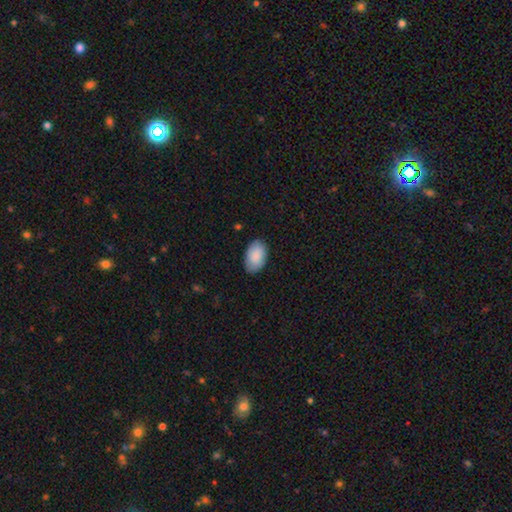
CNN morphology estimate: smooth 89%, featured or disk 6%, star or artifact 6%. Down the decision tree: how rounded — in between (93%); merging — none (83%).